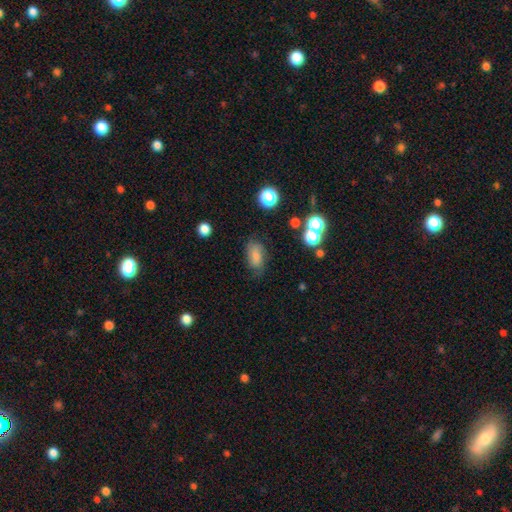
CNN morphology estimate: A smooth galaxy with no disk features (75%) that is in between round and cigar-shaped (89%).

Vote fractions:
- Smooth or featured? smooth: 75% / featured or disk: 14% / star or artifact: 11%
- How rounded? in between: 89% / round: 7% / cigar-shaped: 4%
- Merging? none: 71% / minor disturbance: 20% / major disturbance: 7% / merger: 2%